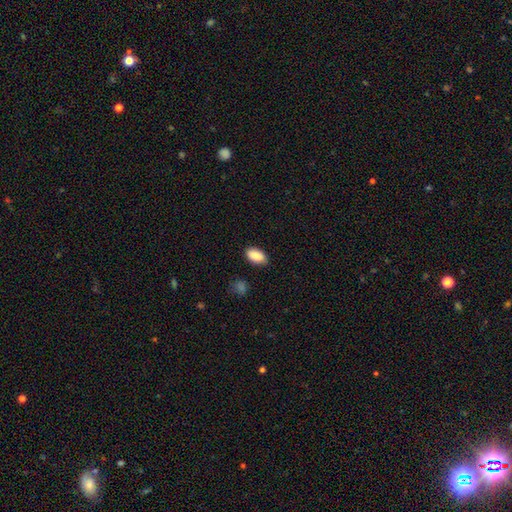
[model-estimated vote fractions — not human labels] Smooth or featured? Predicted: smooth (p=0.89). How rounded? Predicted: in between (p=0.93). Merging? Predicted: none (p=0.85).